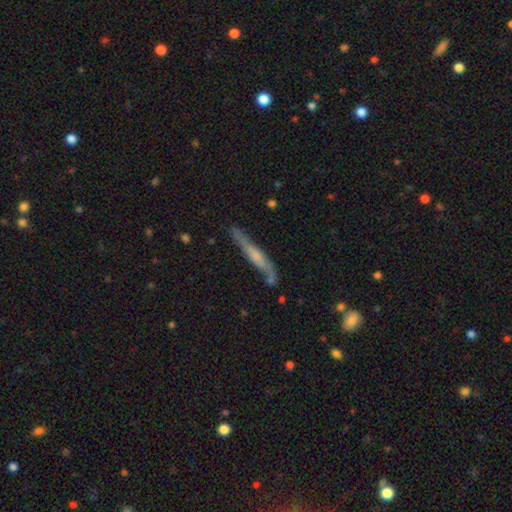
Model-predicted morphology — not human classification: Smooth or featured: featured or disk — 54% (smooth — 40%)
Edge-on disk: yes — 84% (no — 16%)
Merging: none — 70% (minor disturbance — 20%)